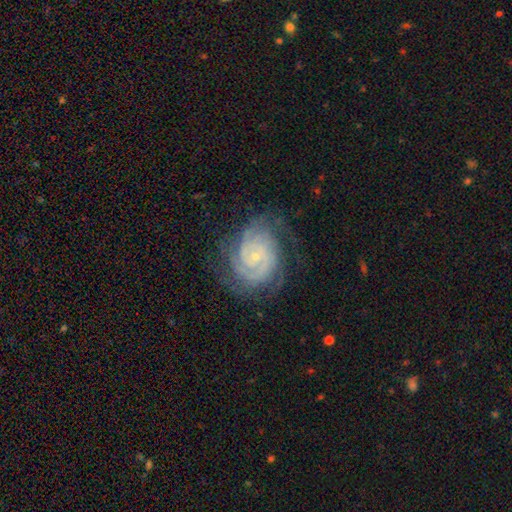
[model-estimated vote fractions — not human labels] smooth-or-featured: featured or disk: 89% | smooth: 5% | star or artifact: 5%
  disk-edge-on: no: 98% | yes: 2%
    bar: no: 64% | weak: 28% | strong: 7%
    has-spiral-arms: yes: 98% | no: 2%
      spiral-winding: tight: 76% | medium: 21% | loose: 3%
      spiral-arm-count: 2: 44% | 3: 19% | can't tell: 17% | 4: 9% | more than 4: 6% | 1: 5%
    bulge-size: small: 83% | moderate: 11% | none: 5% | large: 1% | dominant: 1%
  merging: none: 72% | minor disturbance: 19% | major disturbance: 8% | merger: 1%